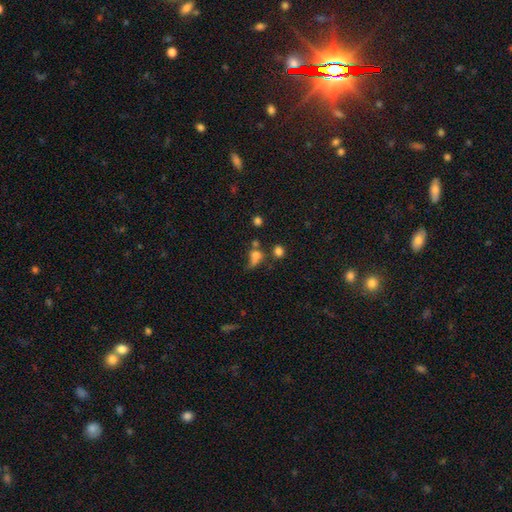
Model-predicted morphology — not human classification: Smooth or featured: smooth — 66% (star or artifact — 18%)
How rounded: in between — 53% (round — 40%)
Merging: none — 30% (merger — 26%)